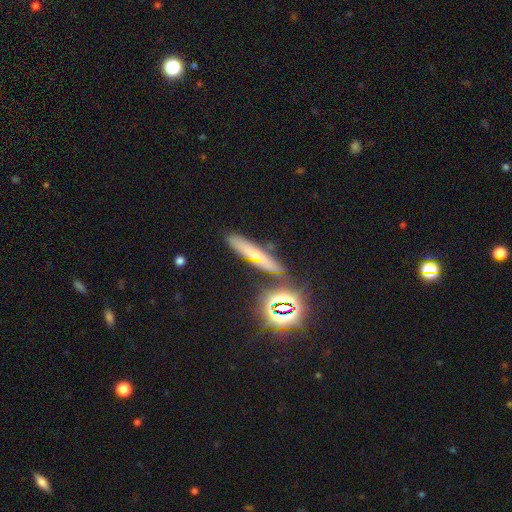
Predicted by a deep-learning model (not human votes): This appears to be a smooth galaxy with no disk features (47%). Merging: none (80%).